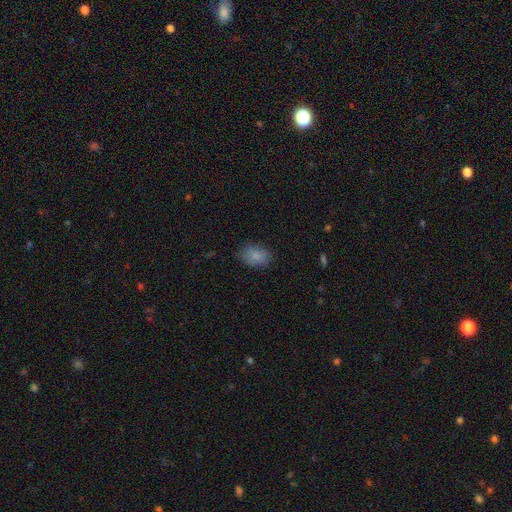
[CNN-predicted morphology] This appears to be a smooth galaxy with no disk features (85%) that is in between round and cigar-shaped (81%). Merging: none (80%).